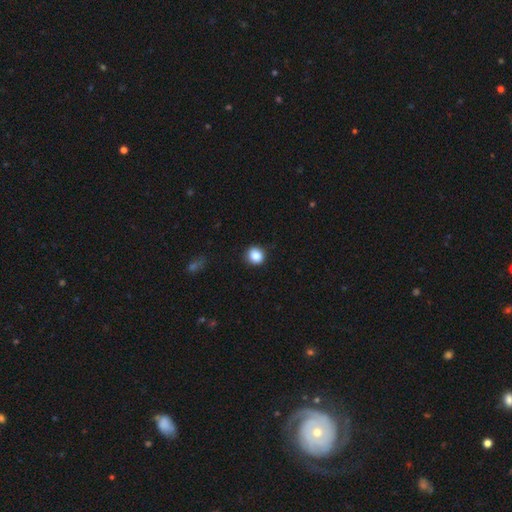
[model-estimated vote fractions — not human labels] Smooth or featured? smooth (87%)
How rounded? round (81%)
Merging? none (87%)